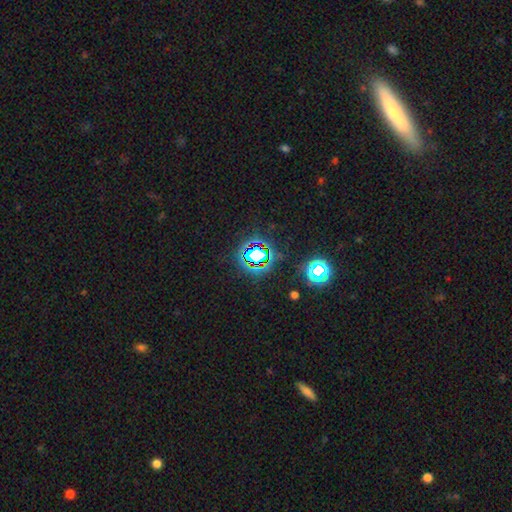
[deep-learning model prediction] A star or artifact, not a galaxy (71%).

Vote fractions:
- Smooth or featured? star or artifact: 71% / smooth: 18% / featured or disk: 11%